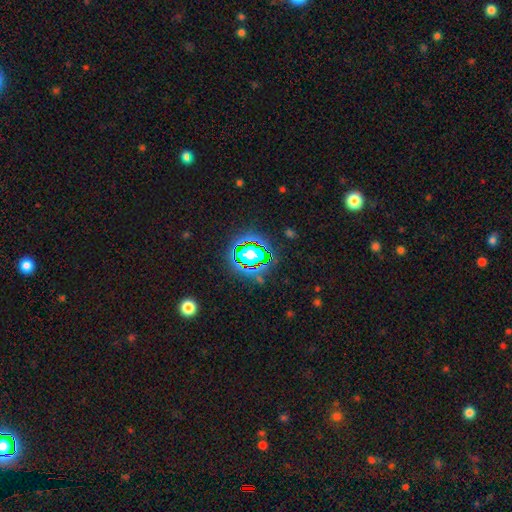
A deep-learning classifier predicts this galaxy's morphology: Smooth or featured?
  - star or artifact: 79% *
  - smooth: 13%
  - featured or disk: 8%